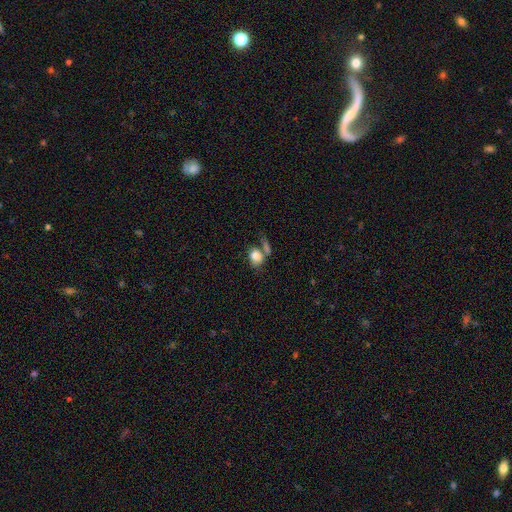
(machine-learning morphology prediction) type=smooth (74%); roundness=in between (62%); merging=merger (39%).